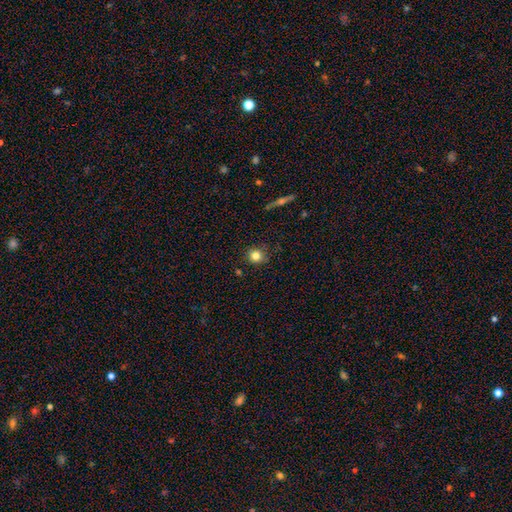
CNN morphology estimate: Smooth or featured?
  - smooth: 81% *
  - star or artifact: 12%
  - featured or disk: 8%
How rounded?
  - round: 88% *
  - in between: 11%
  - cigar-shaped: 1%
Merging?
  - none: 82% *
  - minor disturbance: 13%
  - major disturbance: 3%
  - merger: 2%